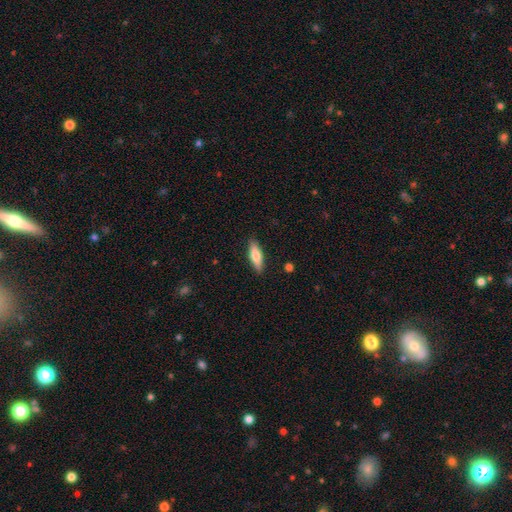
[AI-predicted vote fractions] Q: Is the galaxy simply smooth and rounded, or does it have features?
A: smooth — 71%.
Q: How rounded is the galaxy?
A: cigar-shaped — 51%.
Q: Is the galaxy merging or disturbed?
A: none — 88%.